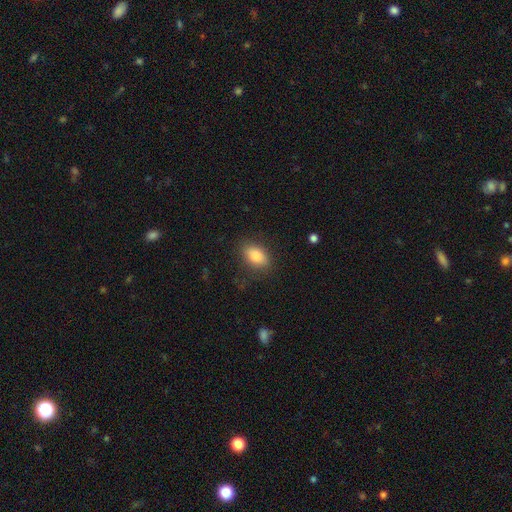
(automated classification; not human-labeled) A smooth galaxy with no disk features (84%) that is in between round and cigar-shaped (88%).

Vote fractions:
- Smooth or featured? smooth: 84% / featured or disk: 8% / star or artifact: 8%
- How rounded? in between: 88% / round: 8% / cigar-shaped: 4%
- Merging? none: 82% / minor disturbance: 12% / major disturbance: 4% / merger: 1%